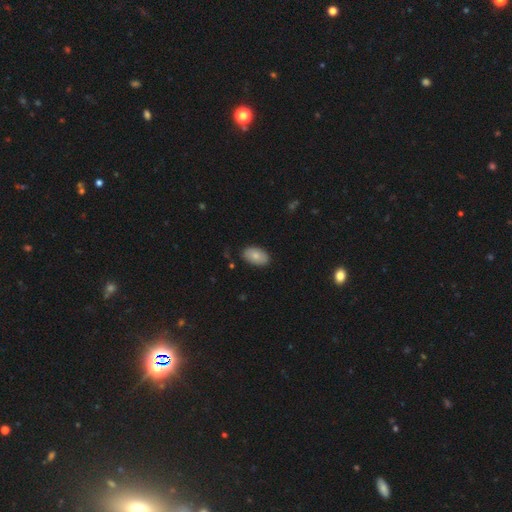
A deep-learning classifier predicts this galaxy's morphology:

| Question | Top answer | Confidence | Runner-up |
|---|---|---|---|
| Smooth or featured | smooth | 82% | featured or disk (12%) |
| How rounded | in between | 93% | round (6%) |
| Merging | none | 85% | minor disturbance (12%) |